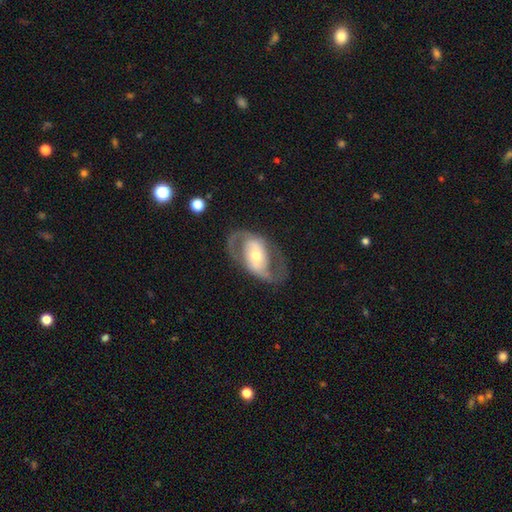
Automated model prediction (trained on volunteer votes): Smooth or featured? featured or disk (80%)
Edge-on disk? no (95%)
Bar? weak (35%)
Spiral arms? yes (81%)
Spiral winding? medium (51%)
Spiral arm count? 2 (88%)
Bulge size? moderate (57%)
Merging? none (72%)